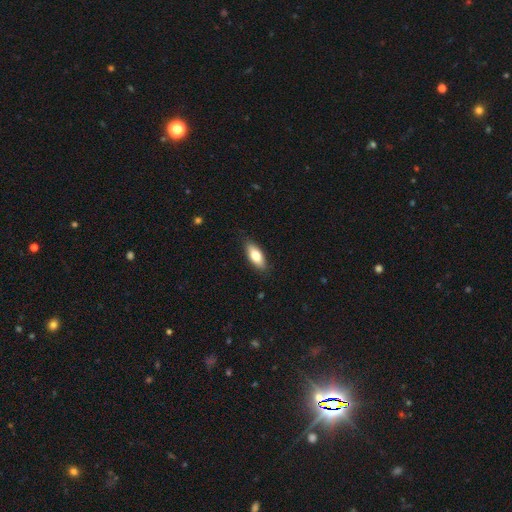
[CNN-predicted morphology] smooth_or_featured: smooth (p=0.74) [alt: featured or disk p=0.20]
how_rounded: in between (p=0.76) [alt: cigar-shaped p=0.21]
merging: none (p=0.86) [alt: minor disturbance p=0.11]